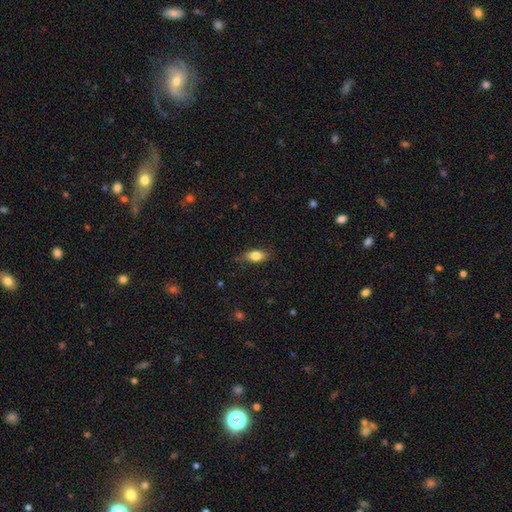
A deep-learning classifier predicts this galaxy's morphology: This appears to be a smooth galaxy with no disk features (76%) that is in between round and cigar-shaped (80%). Merging: none (76%).